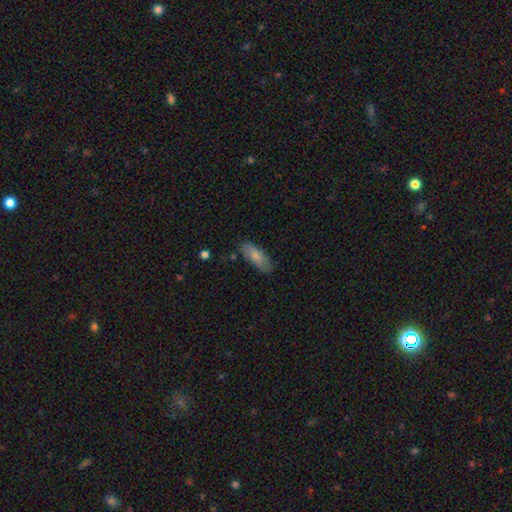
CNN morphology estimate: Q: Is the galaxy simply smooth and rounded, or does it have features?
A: smooth — 78%.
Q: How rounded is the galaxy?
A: in between — 73%.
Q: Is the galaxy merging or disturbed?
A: none — 76%.